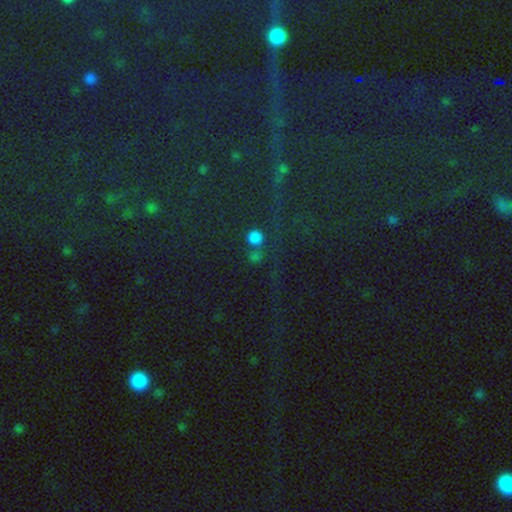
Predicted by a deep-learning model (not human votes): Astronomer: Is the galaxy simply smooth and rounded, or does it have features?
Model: smooth — 52% (runner-up: star or artifact, 41%).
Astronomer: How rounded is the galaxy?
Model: round — 91%.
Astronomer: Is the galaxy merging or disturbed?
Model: none — 69%.